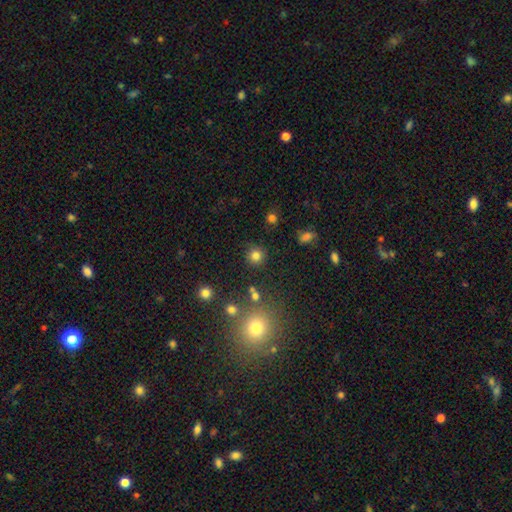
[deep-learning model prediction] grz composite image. It shows a smooth galaxy with no disk features (80%) that is round (93%). Merging: none (86%).